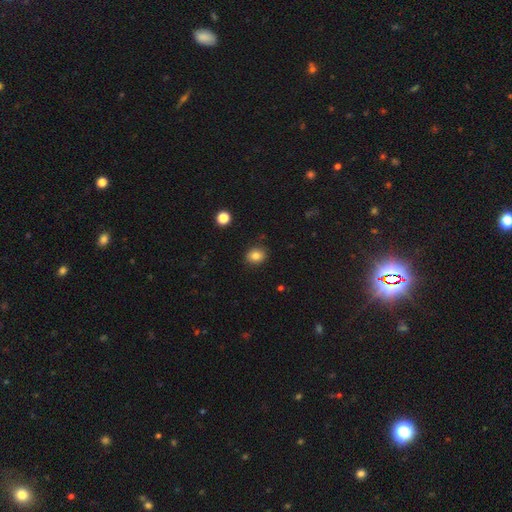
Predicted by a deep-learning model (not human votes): Smooth or featured?
  - smooth: 82% *
  - star or artifact: 11%
  - featured or disk: 7%
How rounded?
  - round: 66% *
  - in between: 33%
  - cigar-shaped: 1%
Merging?
  - none: 88% *
  - minor disturbance: 9%
  - major disturbance: 2%
  - merger: 2%